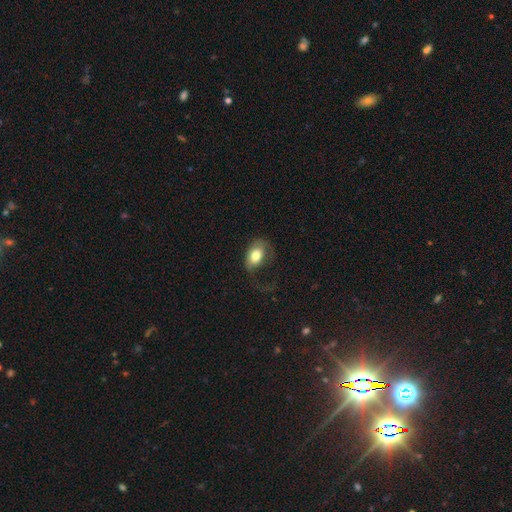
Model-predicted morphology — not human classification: A smooth galaxy with no disk features (74%) that is in between round and cigar-shaped (88%).

Vote fractions:
- Smooth or featured? smooth: 74% / featured or disk: 19% / star or artifact: 7%
- How rounded? in between: 88% / round: 10% / cigar-shaped: 2%
- Merging? major disturbance: 38% / none: 36% / minor disturbance: 24% / merger: 2%